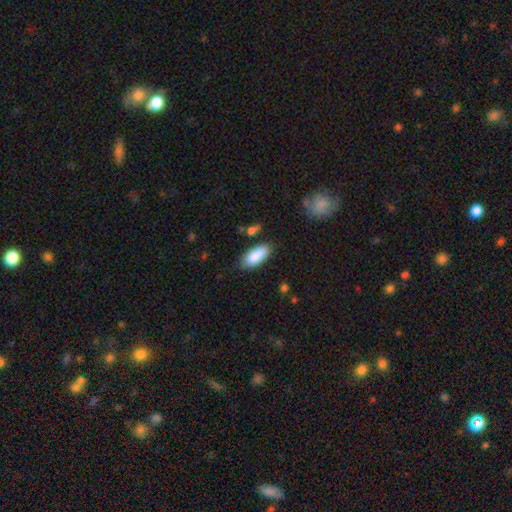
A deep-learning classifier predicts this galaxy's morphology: smooth_or_featured: smooth (p=0.88) [alt: star or artifact p=0.06]
how_rounded: in between (p=0.83) [alt: cigar-shaped p=0.15]
merging: none (p=0.80) [alt: minor disturbance p=0.14]